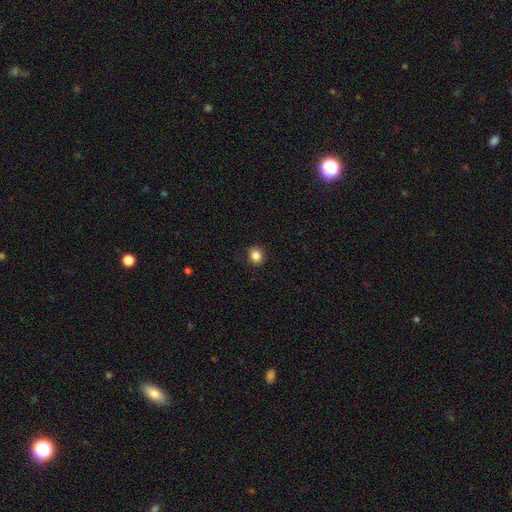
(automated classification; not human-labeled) This appears to be a smooth galaxy with no disk features (86%) that is round (81%). Merging: none (90%).